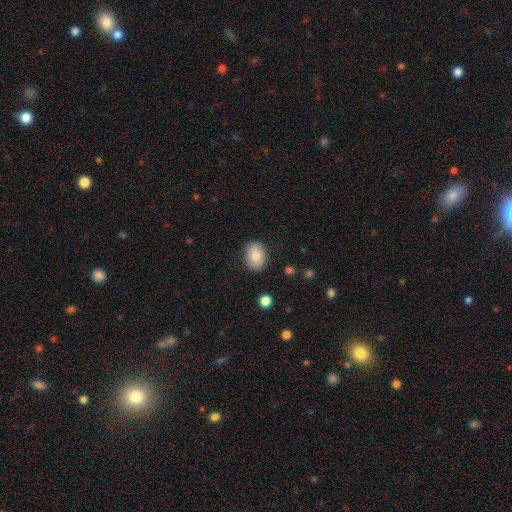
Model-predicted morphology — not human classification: Q: Smooth or featured?
A: smooth (80%); runner-up: featured or disk (12%)
Q: How rounded?
A: in between (74%); runner-up: round (25%)
Q: Merging?
A: none (86%); runner-up: minor disturbance (10%)